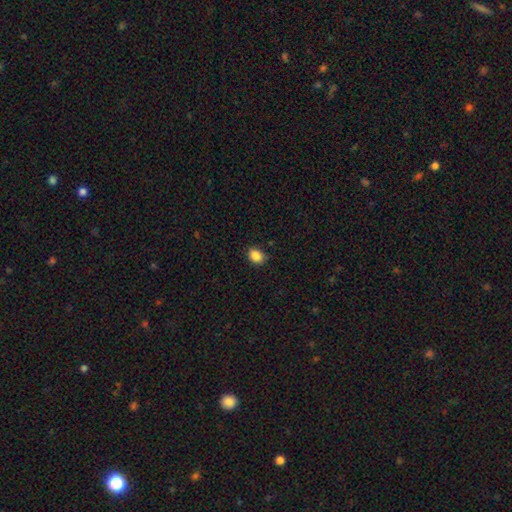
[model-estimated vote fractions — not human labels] Morphology: type=smooth (87%); roundness=in between (58%); merging=none (84%).